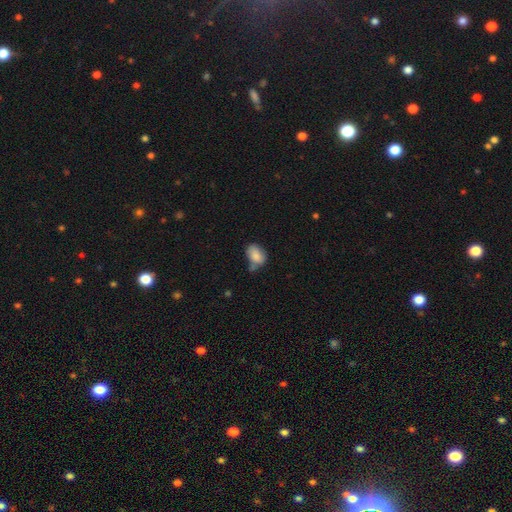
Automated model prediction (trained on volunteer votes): This is clearly a smooth galaxy (83%). How rounded: likely in between (80%). Merging: possibly none (48%).